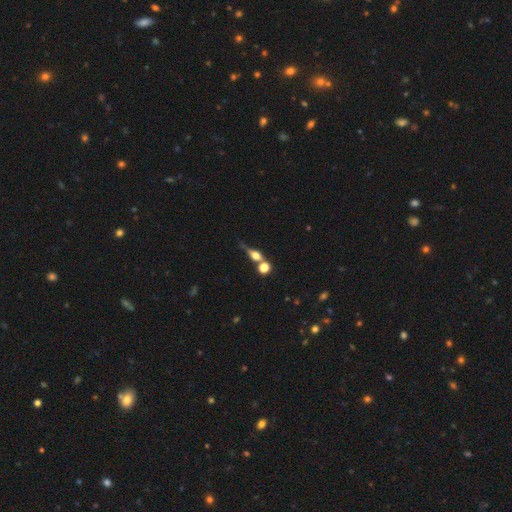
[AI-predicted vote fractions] This appears to be a smooth galaxy with no disk features (53%) that is in between round and cigar-shaped (42%). Merging: none (45%).